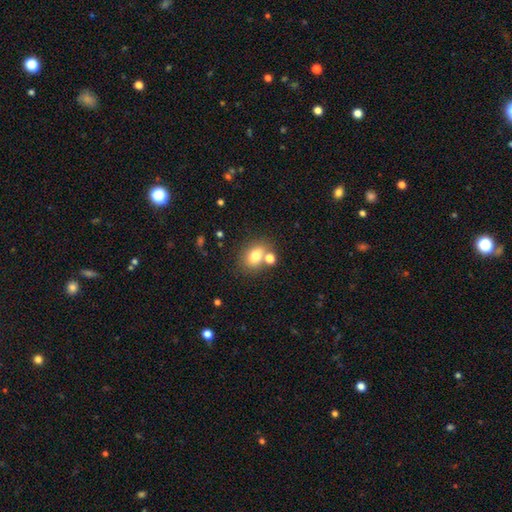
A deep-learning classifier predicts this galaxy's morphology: This appears to be a smooth galaxy with no disk features (77%) that is in between round and cigar-shaped (64%). Merging: none (60%).